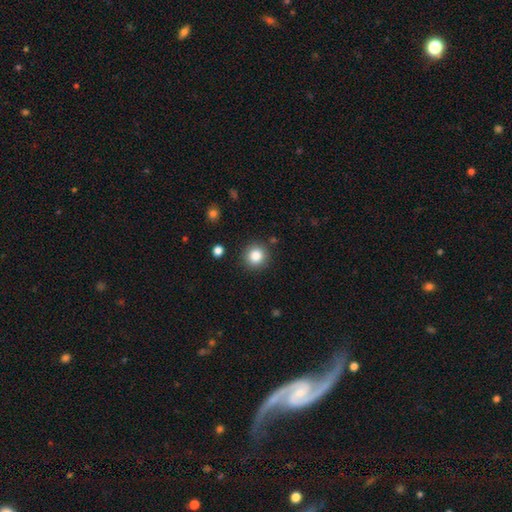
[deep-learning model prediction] A smooth galaxy with no disk features (85%) that is round (92%).

Vote fractions:
- Smooth or featured? smooth: 85% / star or artifact: 10% / featured or disk: 5%
- How rounded? round: 92% / in between: 7% / cigar-shaped: 1%
- Merging? none: 88% / minor disturbance: 7% / major disturbance: 2% / merger: 2%